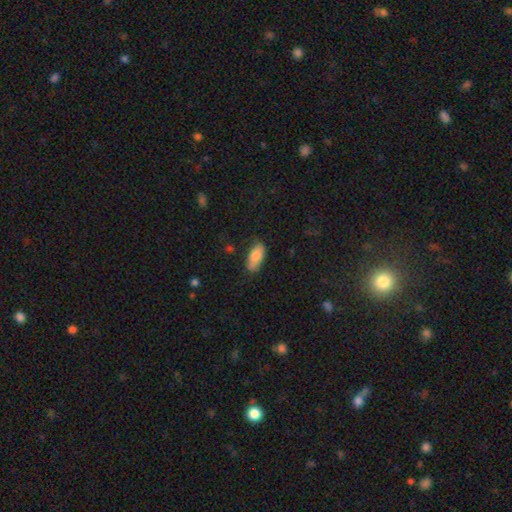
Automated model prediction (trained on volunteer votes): smooth 83%, featured or disk 10%, star or artifact 7%. Down the decision tree: how rounded — in between (86%); merging — none (73%).